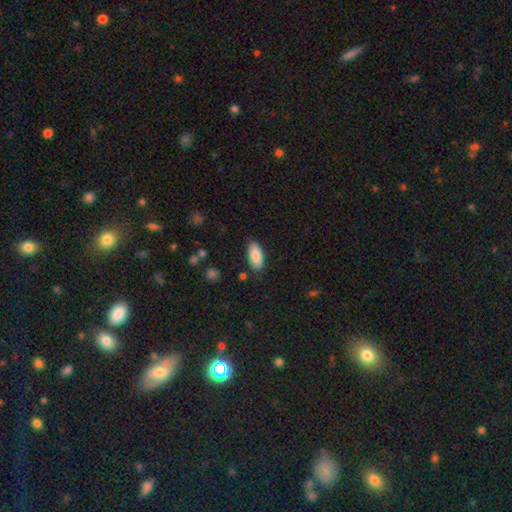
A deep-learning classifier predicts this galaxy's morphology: A smooth galaxy with no disk features (87%) that is in between round and cigar-shaped (90%).

Vote fractions:
- Smooth or featured? smooth: 87% / star or artifact: 6% / featured or disk: 6%
- How rounded? in between: 90% / cigar-shaped: 8% / round: 2%
- Merging? none: 84% / minor disturbance: 12% / major disturbance: 3% / merger: 2%